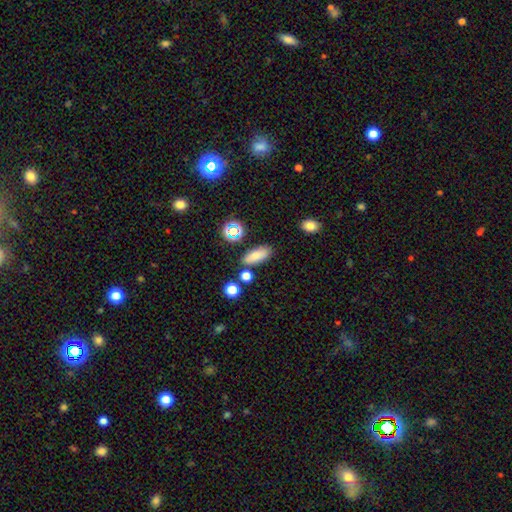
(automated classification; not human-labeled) Overall: smooth (78%). How rounded: in between (75%). Merging: none (79%).